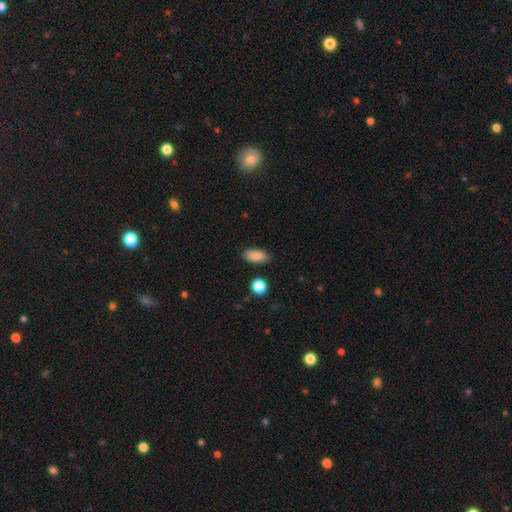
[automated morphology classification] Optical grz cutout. It shows a smooth galaxy with no disk features (88%) that is in between round and cigar-shaped (87%). Merging: none (83%).